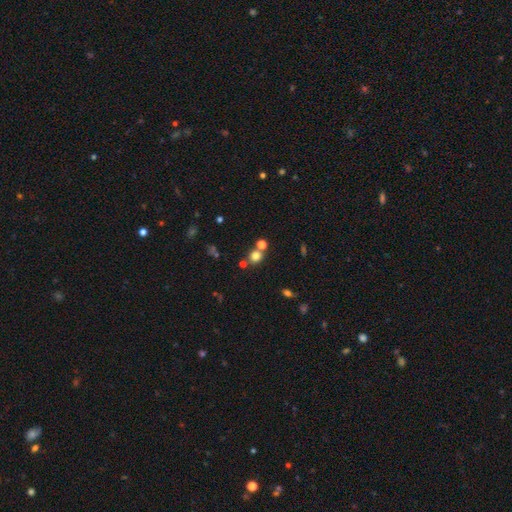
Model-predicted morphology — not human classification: The model was most divided on "merging": none: 65%, merger: 24%, minor disturbance: 8%, major disturbance: 3%. More confident: how rounded — round (82%); smooth or featured — smooth (75%).